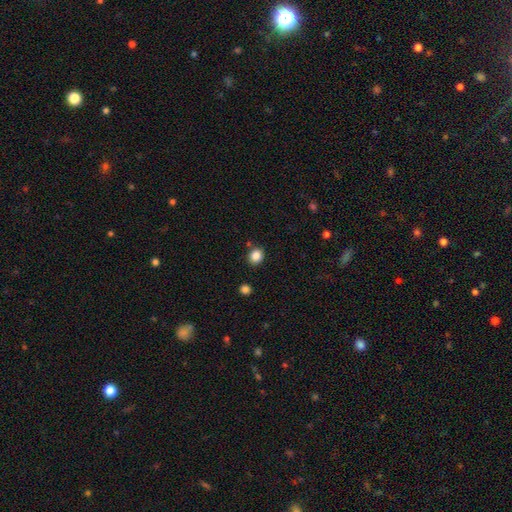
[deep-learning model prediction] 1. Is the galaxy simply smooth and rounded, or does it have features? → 86% smooth, 10% star or artifact, 4% featured or disk.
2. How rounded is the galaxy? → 70% round, 29% in between, 1% cigar-shaped.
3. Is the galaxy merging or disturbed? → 84% none, 9% minor disturbance, 4% merger, 3% major disturbance.